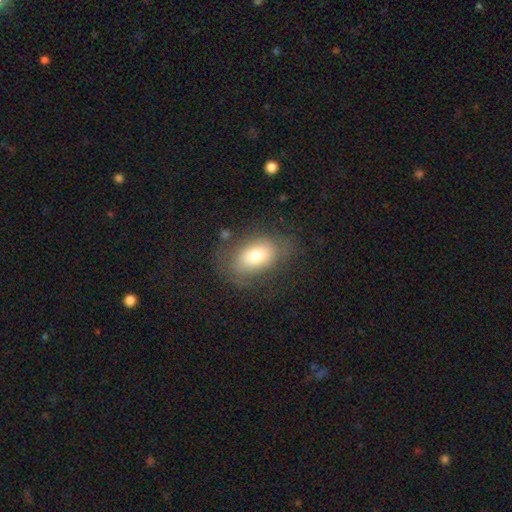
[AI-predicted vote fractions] This appears to be a smooth galaxy with no disk features (72%) that is in between round and cigar-shaped (88%). Merging: none (66%).